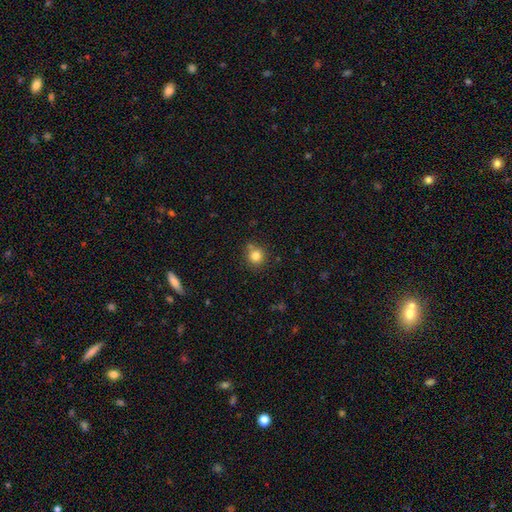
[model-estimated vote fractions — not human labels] smooth_or_featured: smooth (p=0.81) [alt: star or artifact p=0.12]
how_rounded: round (p=0.91) [alt: in between p=0.08]
merging: none (p=0.76) [alt: minor disturbance p=0.12]